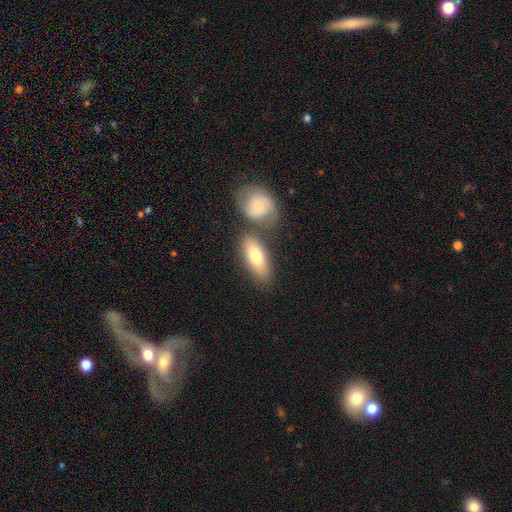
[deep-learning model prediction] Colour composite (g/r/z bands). It shows a smooth galaxy with no disk features (73%) that is in between round and cigar-shaped (80%). Merging: none (59%).